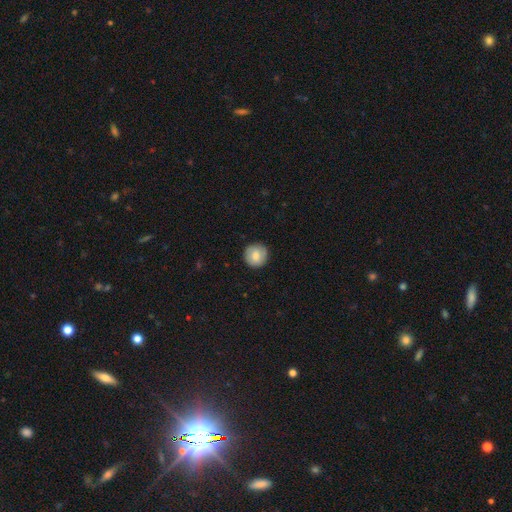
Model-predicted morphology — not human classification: The model was most divided on "smooth or featured": smooth: 78%, featured or disk: 15%, star or artifact: 7%. More confident: how rounded — round (94%); merging — none (88%).